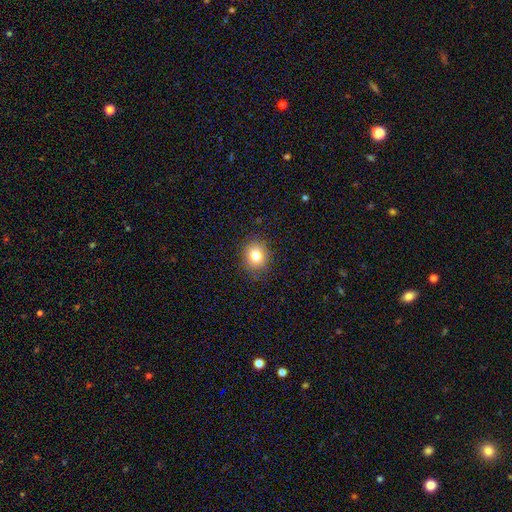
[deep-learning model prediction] Q: Smooth or featured?
A: smooth (80%); runner-up: star or artifact (12%)
Q: How rounded?
A: round (72%); runner-up: in between (27%)
Q: Merging?
A: none (87%); runner-up: minor disturbance (10%)